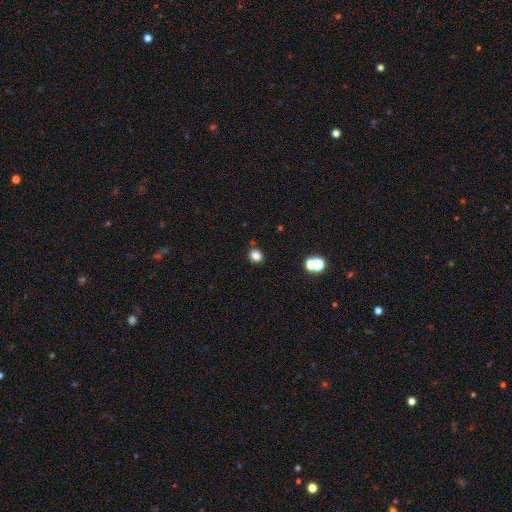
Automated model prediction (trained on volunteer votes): Smooth or featured: smooth — 81% (star or artifact — 14%)
How rounded: round — 61% (in between — 38%)
Merging: none — 82% (minor disturbance — 9%)